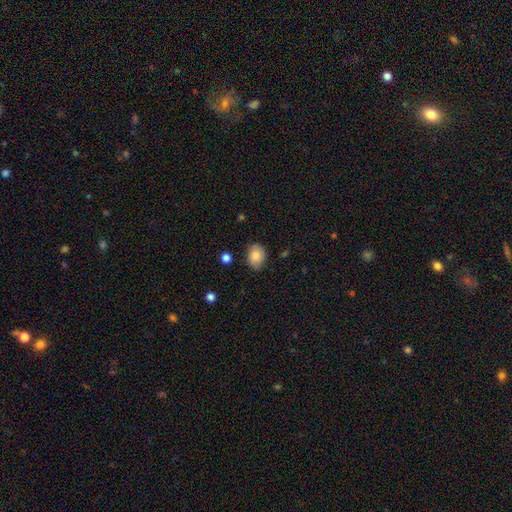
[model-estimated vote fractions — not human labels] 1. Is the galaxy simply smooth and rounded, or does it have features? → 83% smooth, 9% featured or disk, 8% star or artifact.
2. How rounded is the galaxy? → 63% in between, 36% round, 1% cigar-shaped.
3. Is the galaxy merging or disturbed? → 78% none, 17% minor disturbance, 3% major disturbance, 2% merger.